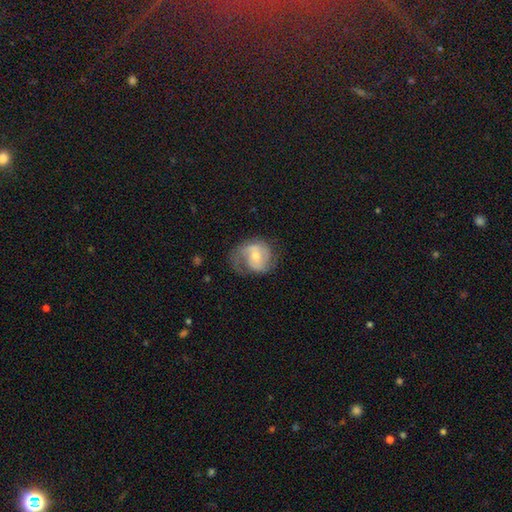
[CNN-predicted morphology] This is likely a featured or disk galaxy (70%). It is clearly not viewed edge-on (98%). Bar: possibly no (45%). Spiral arm pattern: clearly yes (88%). Spiral arm count: possibly 2 (58%). Spiral winding: marginally medium (45%). Central bulge: possibly moderate (54%). Merging: possibly none (51%).